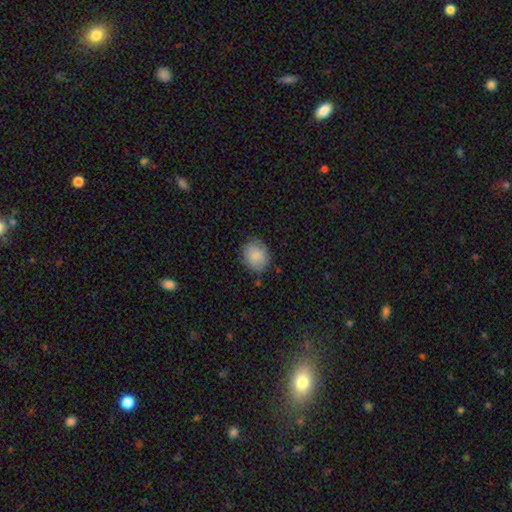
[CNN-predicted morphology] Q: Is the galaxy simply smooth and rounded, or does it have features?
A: smooth — 87%.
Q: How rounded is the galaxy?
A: round — 63%.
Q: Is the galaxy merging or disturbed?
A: none — 79%.